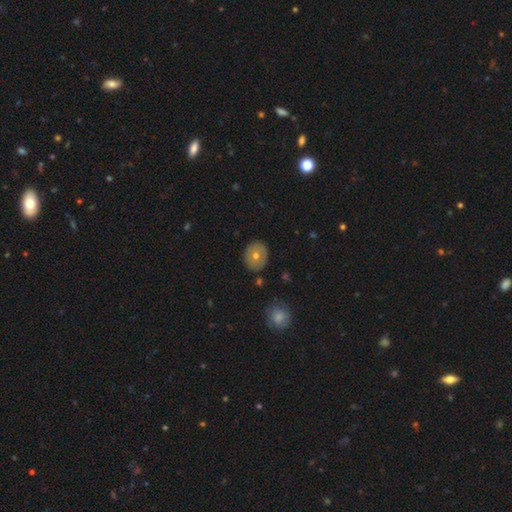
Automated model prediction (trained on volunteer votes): Morphology: type=smooth (56%); roundness=round (69%); merging=none (86%).